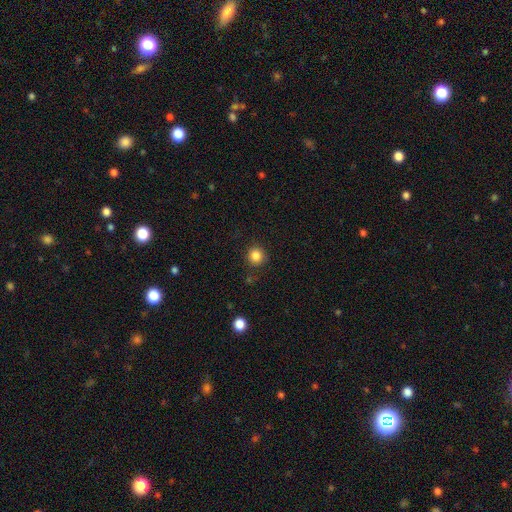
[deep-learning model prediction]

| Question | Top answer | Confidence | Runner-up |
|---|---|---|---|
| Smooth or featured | smooth | 85% | star or artifact (11%) |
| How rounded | round | 92% | in between (7%) |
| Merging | none | 86% | minor disturbance (9%) |